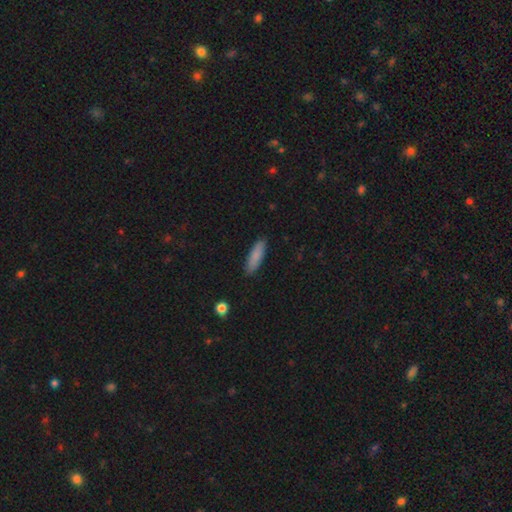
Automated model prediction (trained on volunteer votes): Smooth or featured? Predicted: smooth (p=0.86). How rounded? Predicted: cigar-shaped (p=0.54). Merging? Predicted: none (p=0.87).